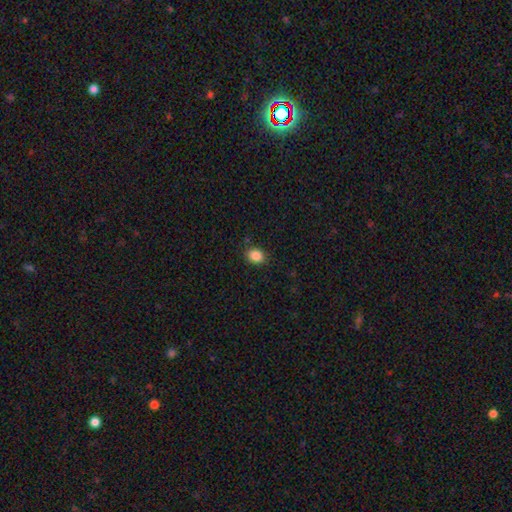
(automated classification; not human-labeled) This is clearly a smooth galaxy (87%). How rounded: possibly in between (51%). Merging: clearly none (86%).